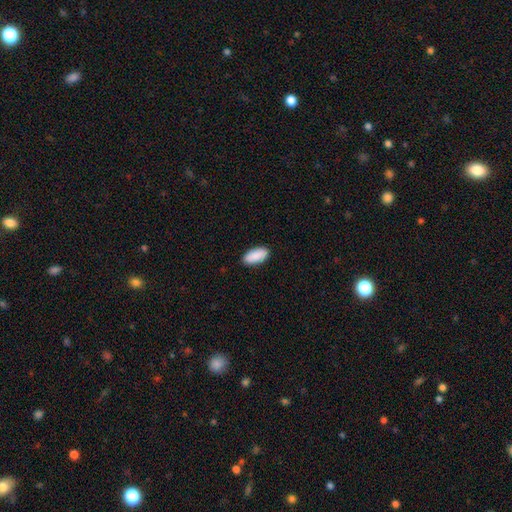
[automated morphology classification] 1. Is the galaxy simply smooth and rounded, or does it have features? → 91% smooth, 6% star or artifact, 3% featured or disk.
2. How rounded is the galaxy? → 92% in between, 6% cigar-shaped, 2% round.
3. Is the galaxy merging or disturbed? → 89% none, 8% minor disturbance, 2% major disturbance, 1% merger.